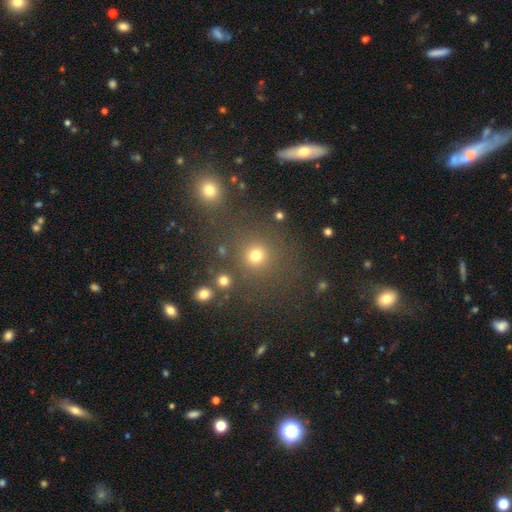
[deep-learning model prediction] Smooth or featured? Predicted: smooth (p=0.73). How rounded? Predicted: round (p=0.90). Merging? Predicted: none (p=0.78).